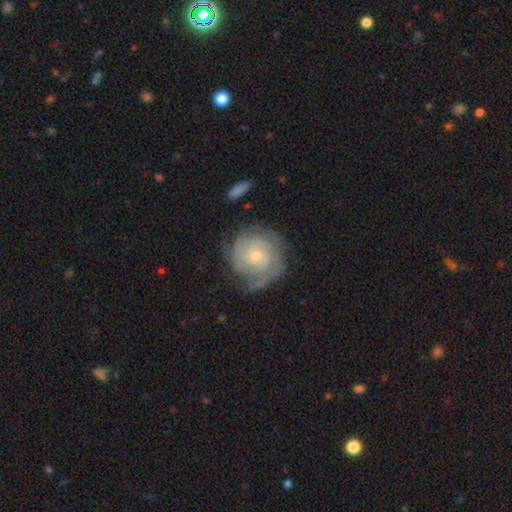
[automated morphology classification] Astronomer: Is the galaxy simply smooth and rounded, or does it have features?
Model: featured or disk — 82%.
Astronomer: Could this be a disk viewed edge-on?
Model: no — 98%.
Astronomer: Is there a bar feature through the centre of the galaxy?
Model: no — 73%.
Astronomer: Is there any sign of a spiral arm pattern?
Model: yes — 95%.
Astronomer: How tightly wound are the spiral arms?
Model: tight — 70%.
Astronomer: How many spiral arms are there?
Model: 2 — 31% (runner-up: can't tell, 29%).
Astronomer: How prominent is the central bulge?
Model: small — 68%.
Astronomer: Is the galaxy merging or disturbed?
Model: none — 67%.